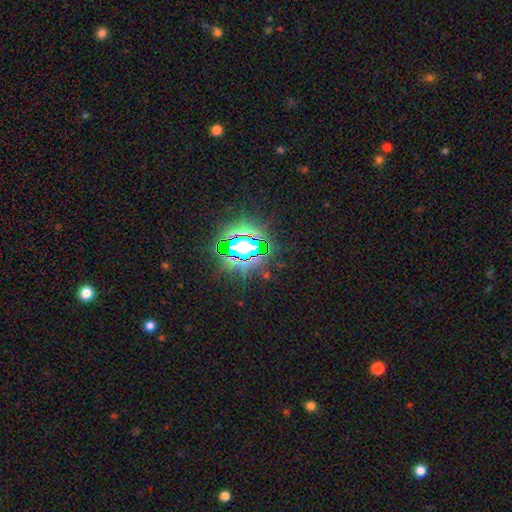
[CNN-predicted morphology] Smooth or featured? Predicted: star or artifact (p=0.81).